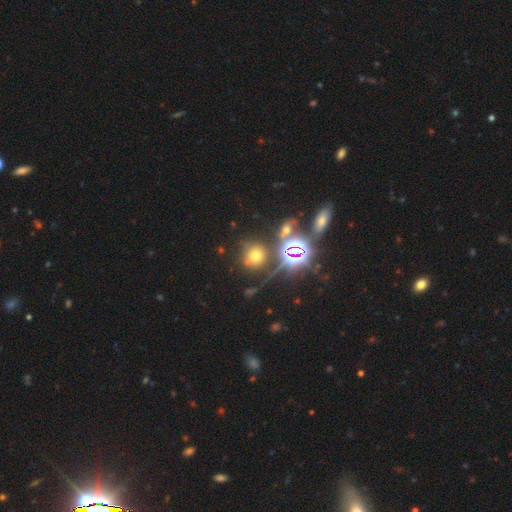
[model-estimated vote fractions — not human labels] This appears to be a smooth galaxy with no disk features (48%). Merging: none (69%).